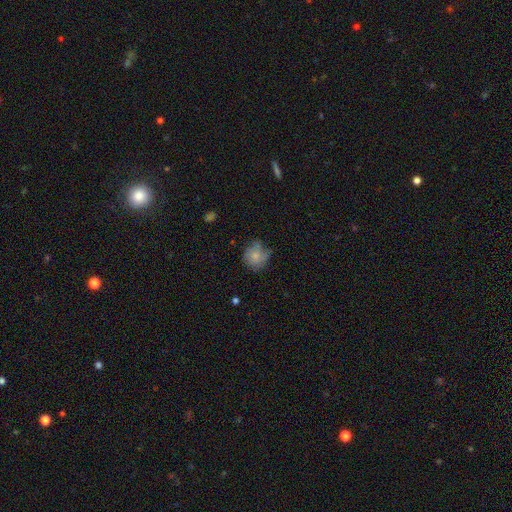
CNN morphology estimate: The model was most divided on "merging": none: 56%, minor disturbance: 30%, major disturbance: 11%, merger: 3%. More confident: how rounded — round (82%); smooth or featured — smooth (70%).